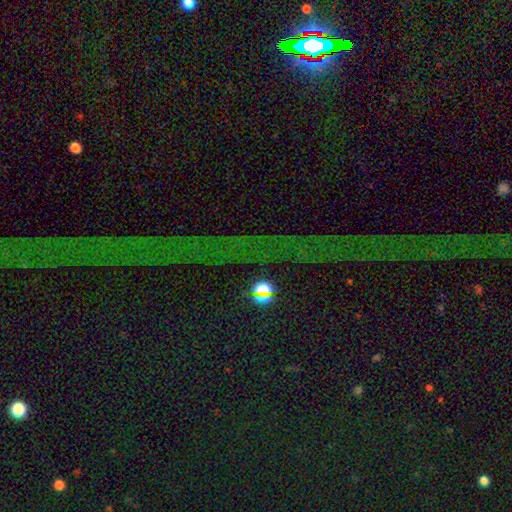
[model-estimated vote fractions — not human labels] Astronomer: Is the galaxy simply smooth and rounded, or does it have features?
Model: star or artifact — 81%.